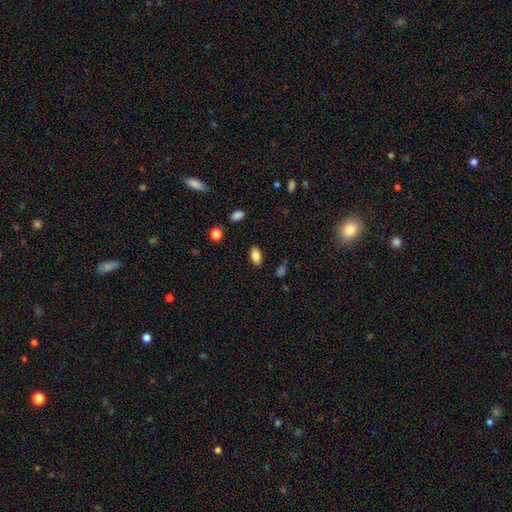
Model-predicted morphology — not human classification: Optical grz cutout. It shows a smooth galaxy with no disk features (85%) that is in between round and cigar-shaped (91%). Merging: none (84%).